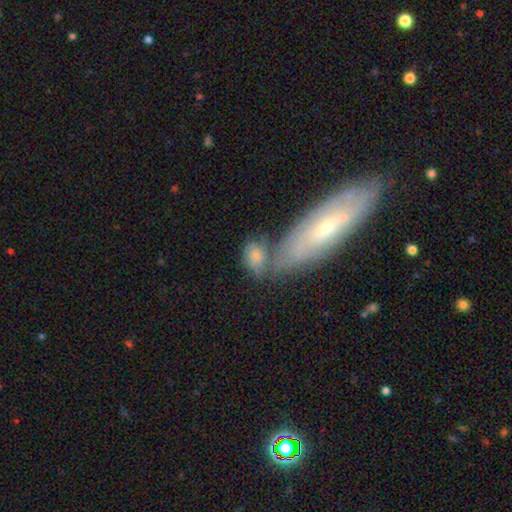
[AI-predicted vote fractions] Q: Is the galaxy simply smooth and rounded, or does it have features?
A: smooth — 52%.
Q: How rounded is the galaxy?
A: in between — 70%.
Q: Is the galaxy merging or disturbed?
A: none — 36%.